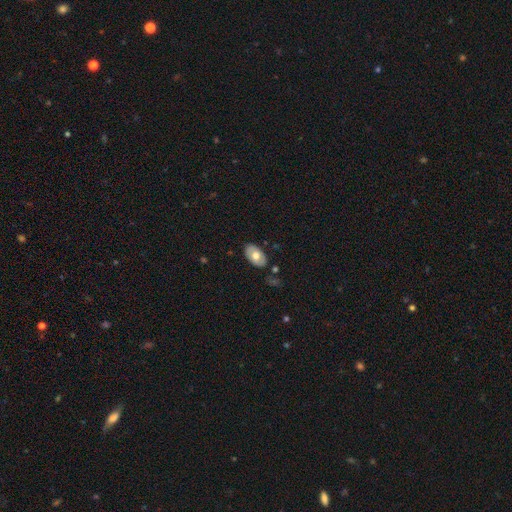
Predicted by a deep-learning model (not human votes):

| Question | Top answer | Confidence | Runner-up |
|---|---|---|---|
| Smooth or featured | smooth | 61% | featured or disk (33%) |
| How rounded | in between | 92% | round (6%) |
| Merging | none | 83% | minor disturbance (12%) |